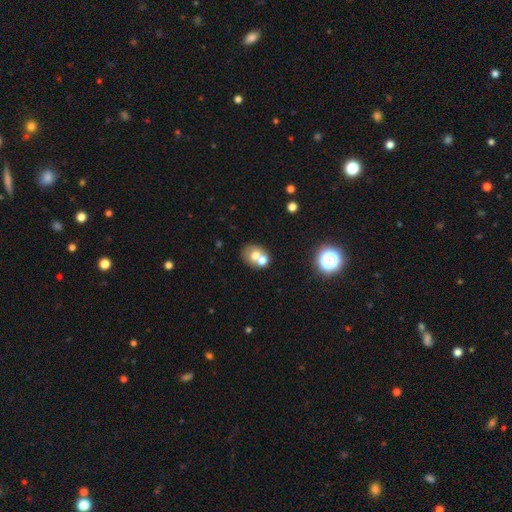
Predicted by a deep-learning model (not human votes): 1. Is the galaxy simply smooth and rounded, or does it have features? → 63% smooth, 24% featured or disk, 13% star or artifact.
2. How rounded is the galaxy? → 60% round, 39% in between, 1% cigar-shaped.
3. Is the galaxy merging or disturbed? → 50% merger, 38% none, 8% minor disturbance, 4% major disturbance.